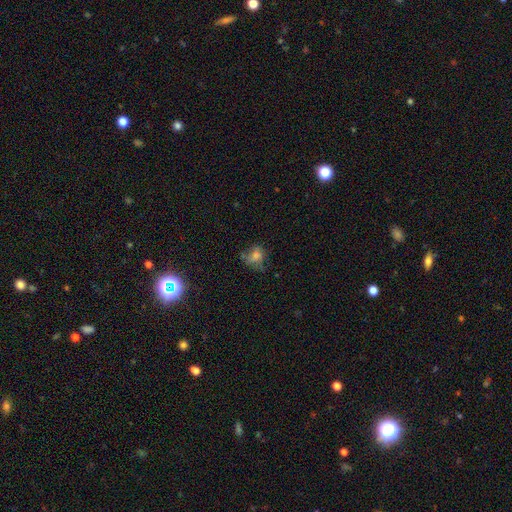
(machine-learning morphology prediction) The model was most divided on "how rounded": round: 61%, in between: 38%, cigar-shaped: 1%. More confident: merging — none (51%); smooth or featured — smooth (50%).